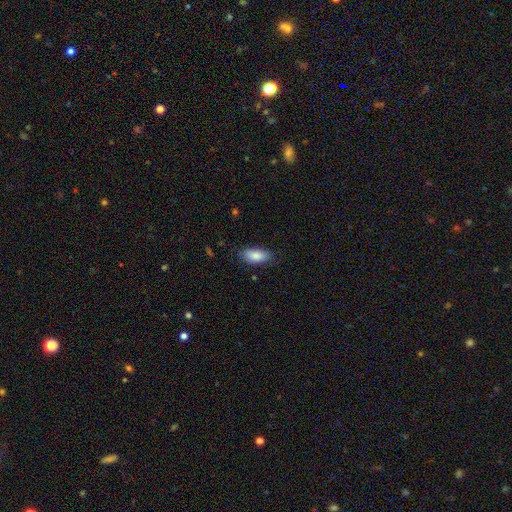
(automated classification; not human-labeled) smooth 86%, featured or disk 7%, star or artifact 6%. Down the decision tree: how rounded — in between (88%); merging — none (81%).